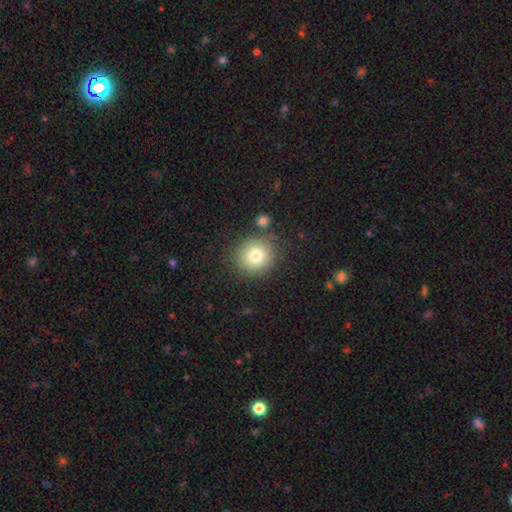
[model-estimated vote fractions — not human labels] The model was most divided on "smooth or featured": smooth: 79%, star or artifact: 11%, featured or disk: 10%. More confident: how rounded — round (90%); merging — none (81%).